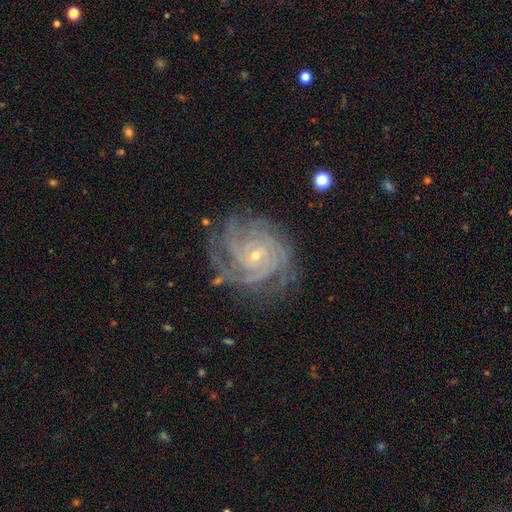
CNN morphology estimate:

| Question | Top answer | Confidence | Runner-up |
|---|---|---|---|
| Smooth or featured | featured or disk | 90% | star or artifact (6%) |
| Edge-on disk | no | 98% | yes (2%) |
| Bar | no | 69% | weak (23%) |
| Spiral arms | yes | 98% | no (2%) |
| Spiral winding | tight | 74% | medium (23%) |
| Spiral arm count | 4 | 31% | 3 (22%) |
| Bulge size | small | 82% | moderate (15%) |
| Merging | none | 74% | minor disturbance (17%) |